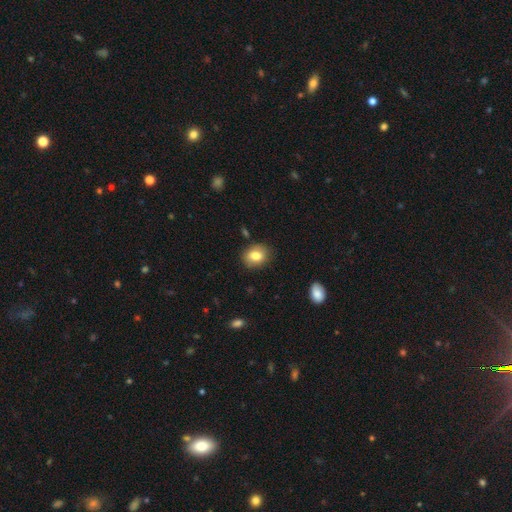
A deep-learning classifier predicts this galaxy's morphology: A smooth galaxy with no disk features (80%) that is in between round and cigar-shaped (54%). Merging: none (84%).